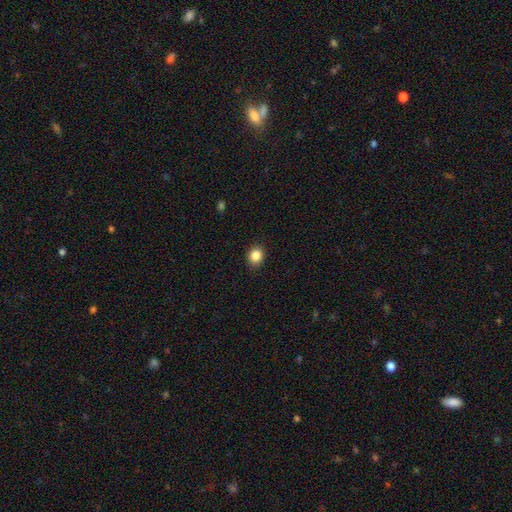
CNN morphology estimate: Smooth or featured? Predicted: smooth (p=0.85). How rounded? Predicted: round (p=0.66). Merging? Predicted: none (p=0.90).